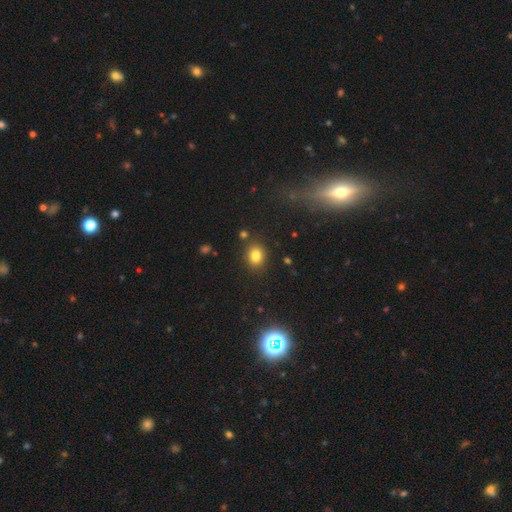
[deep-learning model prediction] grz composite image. It shows a smooth galaxy with no disk features (80%) that is round (59%). Merging: none (84%).